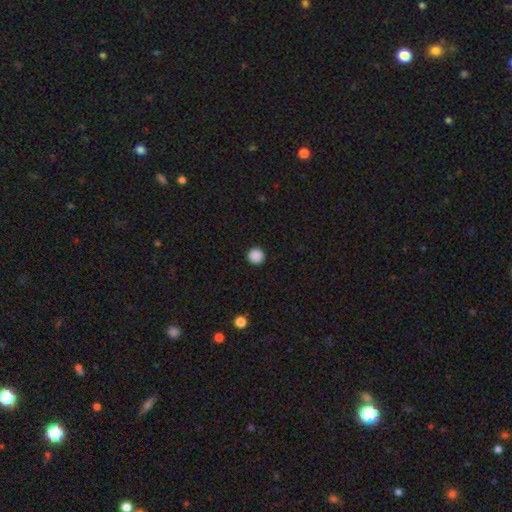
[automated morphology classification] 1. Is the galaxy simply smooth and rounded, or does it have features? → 89% smooth, 9% star or artifact, 2% featured or disk.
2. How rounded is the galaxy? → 95% round, 4% in between, 1% cigar-shaped.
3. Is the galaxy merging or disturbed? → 93% none, 4% minor disturbance, 2% major disturbance, 1% merger.